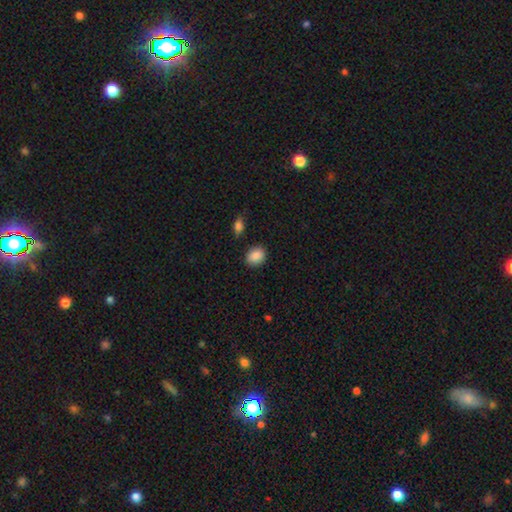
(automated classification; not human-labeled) A smooth galaxy with no disk features (88%) that is round (50%). Merging: none (86%).